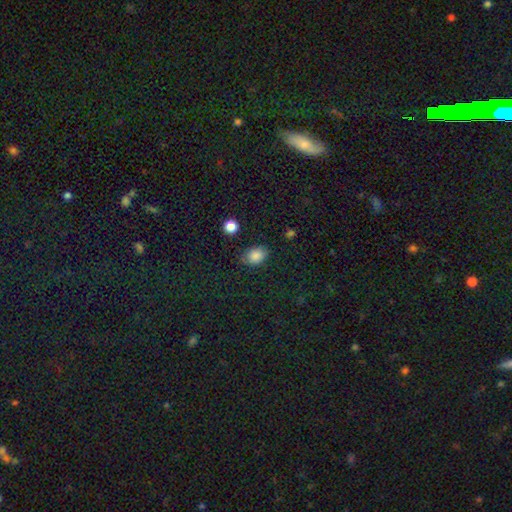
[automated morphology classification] Smooth or featured?
  - smooth: 85% *
  - star or artifact: 10%
  - featured or disk: 5%
How rounded?
  - in between: 73% *
  - round: 26%
  - cigar-shaped: 1%
Merging?
  - none: 76% *
  - minor disturbance: 18%
  - major disturbance: 4%
  - merger: 2%